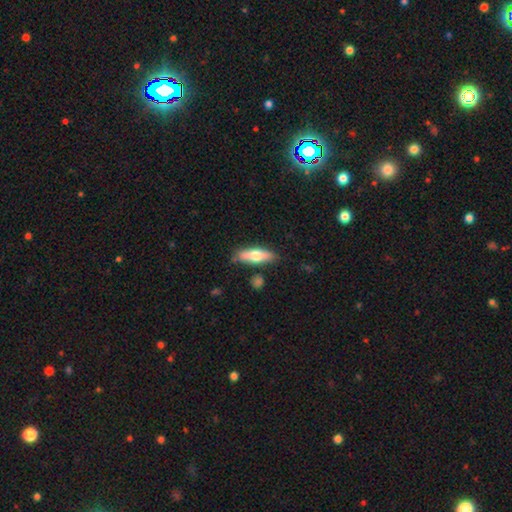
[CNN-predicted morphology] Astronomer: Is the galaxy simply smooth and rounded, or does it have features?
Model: smooth — 58% (runner-up: featured or disk, 36%).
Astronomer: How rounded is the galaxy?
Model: in between — 50% (runner-up: cigar-shaped, 47%).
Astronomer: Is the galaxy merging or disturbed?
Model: none — 77%.